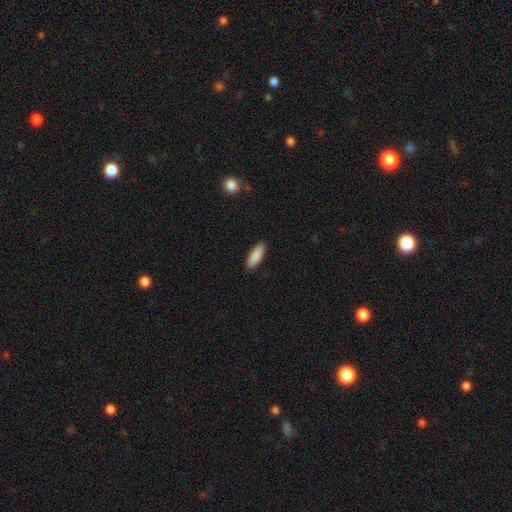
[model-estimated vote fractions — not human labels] smooth 90%, star or artifact 6%, featured or disk 5%. Down the decision tree: how rounded — in between (60%); merging — none (89%).